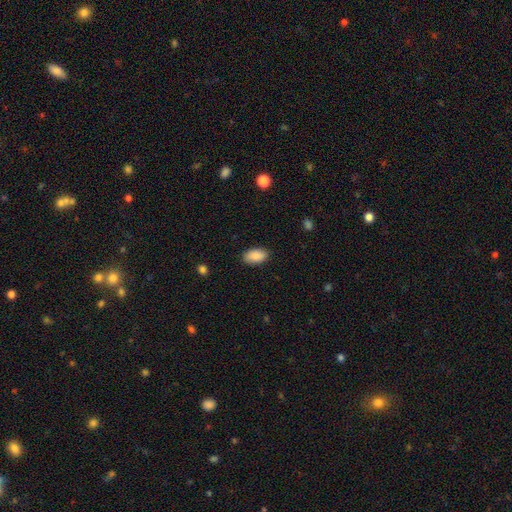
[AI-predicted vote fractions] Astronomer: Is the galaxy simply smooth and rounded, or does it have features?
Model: smooth — 89%.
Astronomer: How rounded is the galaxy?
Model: in between — 94%.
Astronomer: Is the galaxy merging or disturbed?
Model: none — 87%.